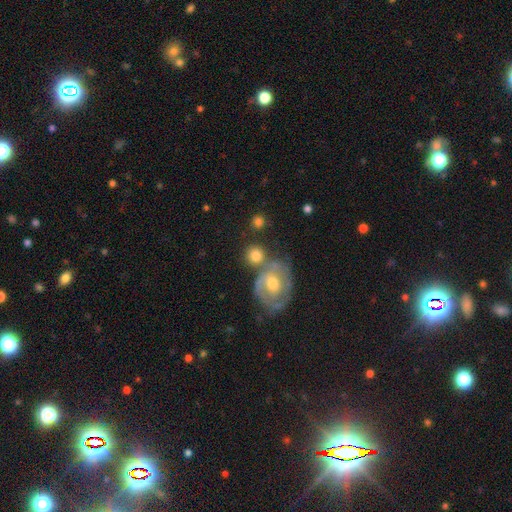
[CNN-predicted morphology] A smooth galaxy with no disk features (73%) that is round (86%). Merging: none (57%).